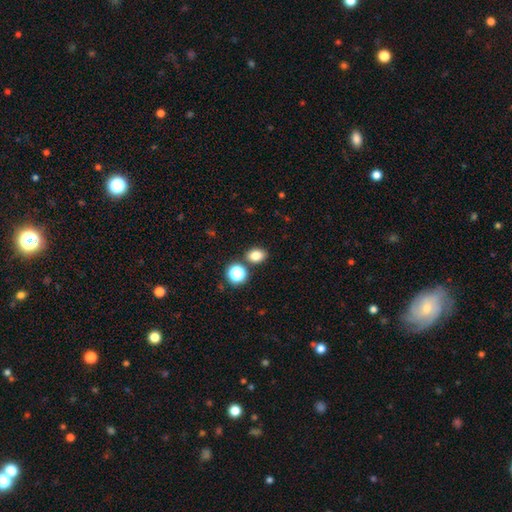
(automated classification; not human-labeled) Smooth or featured? smooth (79%)
How rounded? in between (59%)
Merging? none (80%)